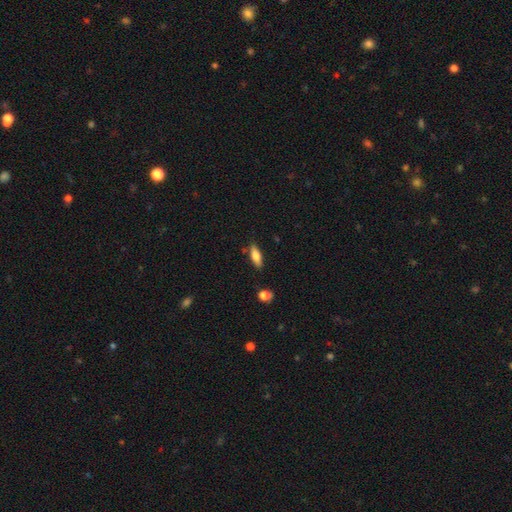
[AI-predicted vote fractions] Smooth or featured: smooth — 73% (featured or disk — 20%)
How rounded: in between — 63% (cigar-shaped — 35%)
Merging: none — 82% (minor disturbance — 12%)